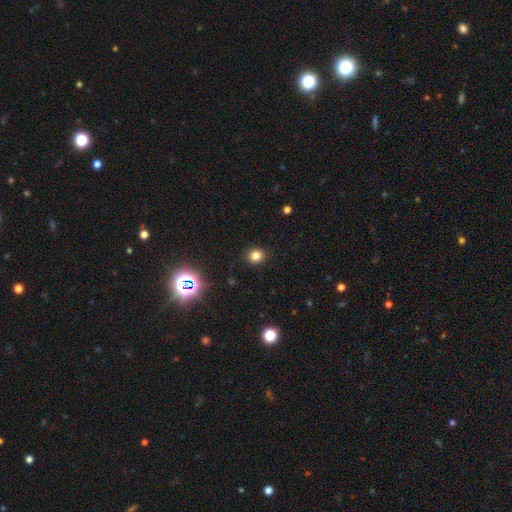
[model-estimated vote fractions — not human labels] smooth 78%, star or artifact 17%, featured or disk 6%. Down the decision tree: how rounded — round (81%); merging — none (90%).